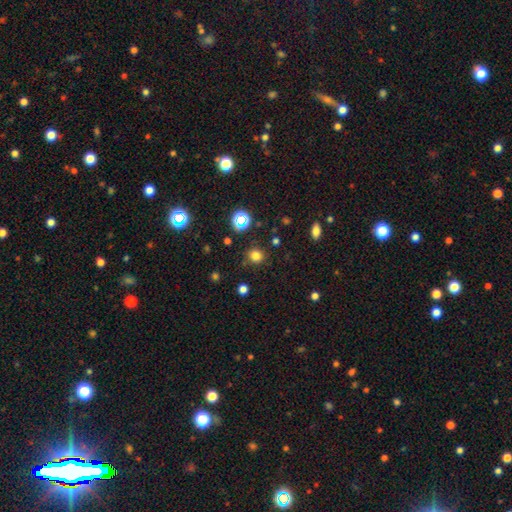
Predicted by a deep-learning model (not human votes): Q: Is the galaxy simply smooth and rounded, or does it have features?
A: smooth — 75%.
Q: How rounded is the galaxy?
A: round — 90%.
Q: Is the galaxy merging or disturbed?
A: none — 85%.